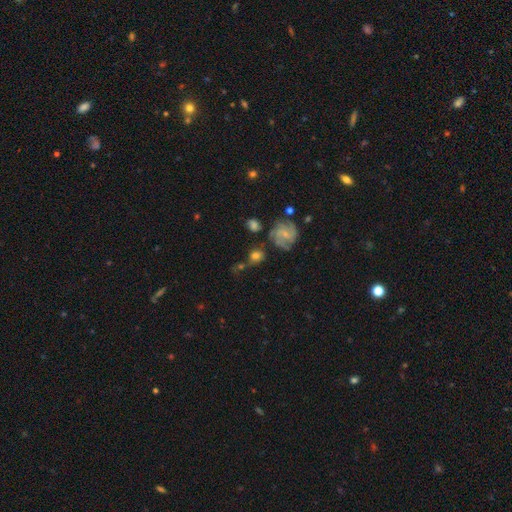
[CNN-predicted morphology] Overall: smooth (49%; featured or disk 38%). Merging: none (57%; minor disturbance 18%).